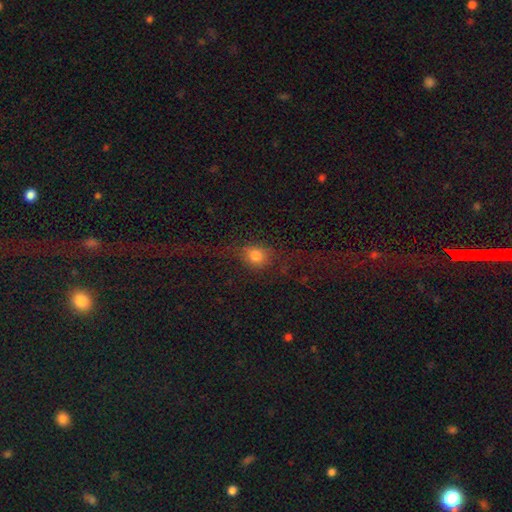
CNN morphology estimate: Smooth or featured? Predicted: smooth (p=0.71). How rounded? Predicted: round (p=0.67). Merging? Predicted: none (p=0.60).